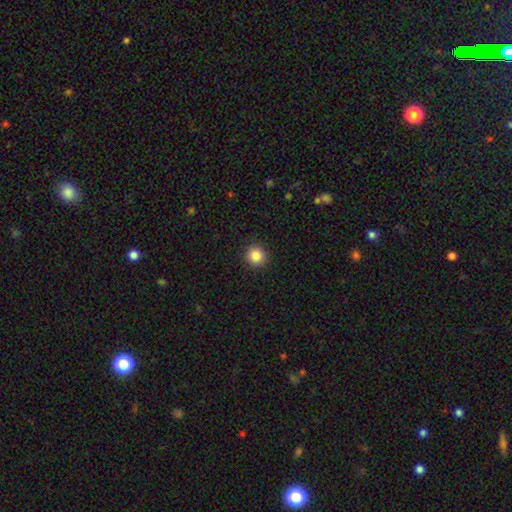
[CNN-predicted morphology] Smooth or featured? Predicted: smooth (p=0.85). How rounded? Predicted: round (p=0.95). Merging? Predicted: none (p=0.93).